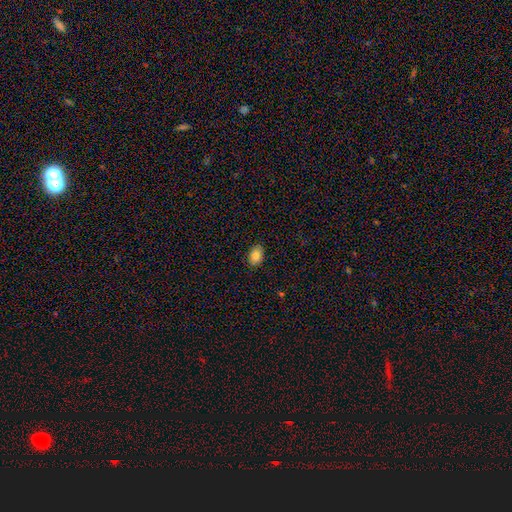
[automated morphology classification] A smooth galaxy with no disk features (84%) that is in between round and cigar-shaped (86%).

Vote fractions:
- Smooth or featured? smooth: 84% / star or artifact: 8% / featured or disk: 8%
- How rounded? in between: 86% / round: 13% / cigar-shaped: 1%
- Merging? none: 87% / minor disturbance: 10% / major disturbance: 2% / merger: 1%